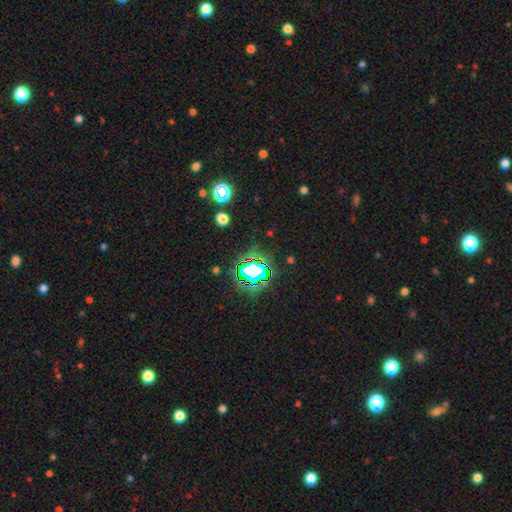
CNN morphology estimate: Q: Smooth or featured?
A: star or artifact (80%); runner-up: smooth (13%)